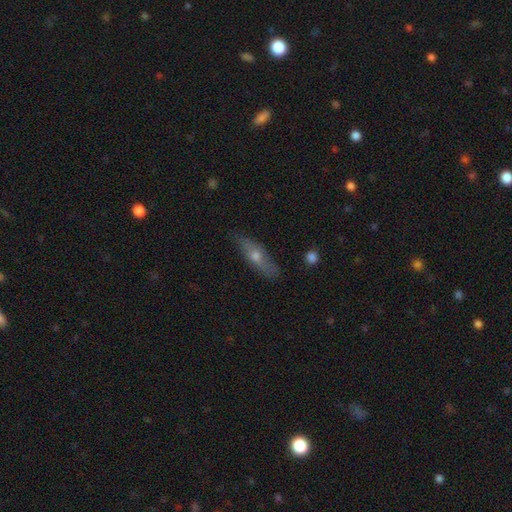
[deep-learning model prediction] The model was most divided on "smooth or featured": featured or disk: 50%, smooth: 43%, star or artifact: 8%. More confident: merging — none (79%).